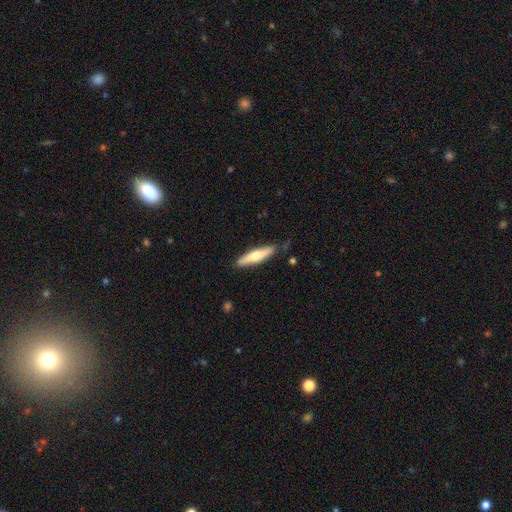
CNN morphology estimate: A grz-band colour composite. It shows a smooth galaxy with no disk features (60%) that is cigar-shaped (80%). Merging: none (80%).